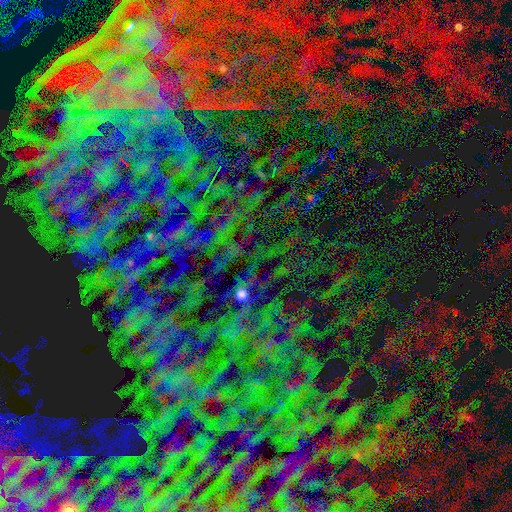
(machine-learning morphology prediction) A star or artifact, not a galaxy (84%).